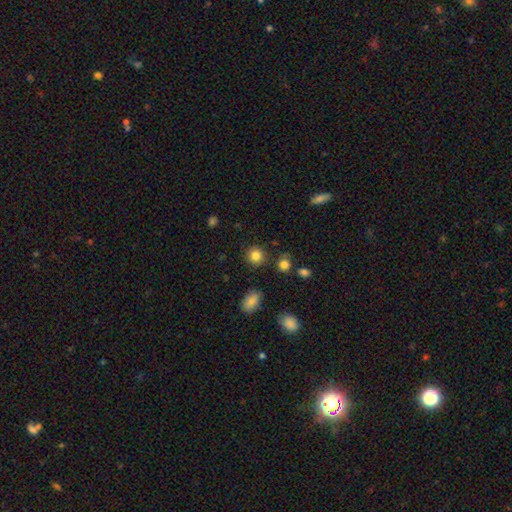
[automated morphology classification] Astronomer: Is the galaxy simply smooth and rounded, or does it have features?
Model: smooth — 83%.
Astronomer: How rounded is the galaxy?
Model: round — 89%.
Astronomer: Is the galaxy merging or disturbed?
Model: none — 87%.